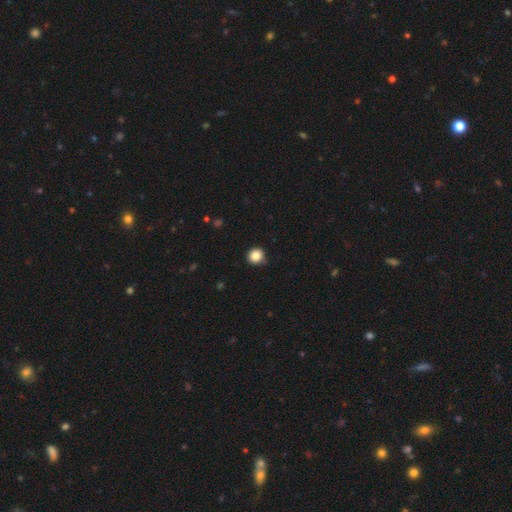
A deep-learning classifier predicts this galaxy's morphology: smooth-or-featured: smooth: 85% | star or artifact: 11% | featured or disk: 4%
  how-rounded: round: 93% | in between: 6% | cigar-shaped: 1%
  merging: none: 87% | minor disturbance: 10% | major disturbance: 2% | merger: 1%